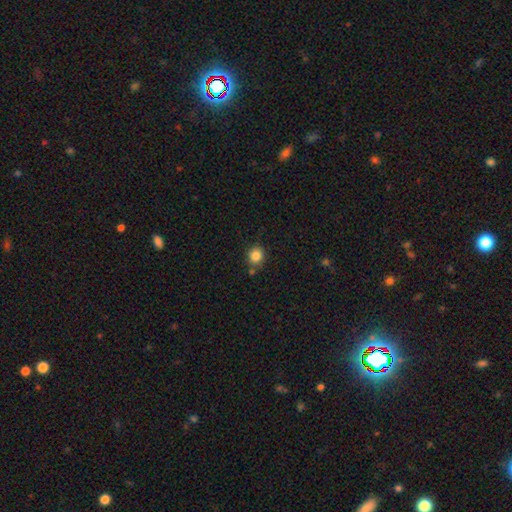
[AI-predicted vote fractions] A smooth galaxy with no disk features (85%) that is round (84%). Merging: none (81%).